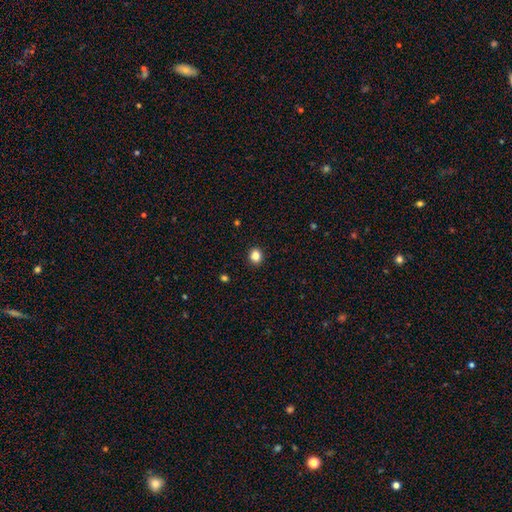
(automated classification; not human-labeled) This is clearly a smooth galaxy (84%). How rounded: likely round (74%). Merging: clearly none (92%).